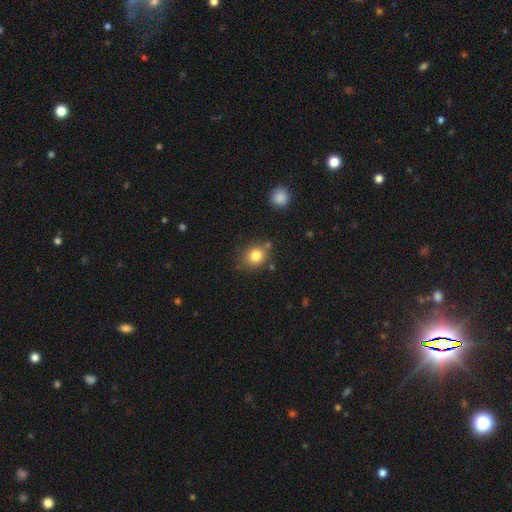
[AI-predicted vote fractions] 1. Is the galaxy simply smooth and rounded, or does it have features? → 82% smooth, 10% star or artifact, 7% featured or disk.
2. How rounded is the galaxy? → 68% round, 31% in between, 1% cigar-shaped.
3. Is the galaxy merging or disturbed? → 72% none, 16% minor disturbance, 8% merger, 5% major disturbance.